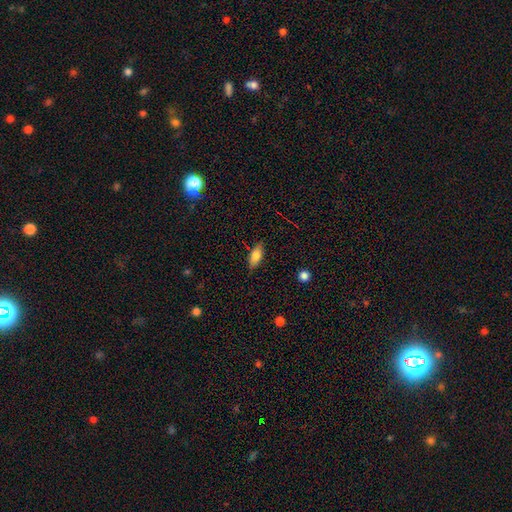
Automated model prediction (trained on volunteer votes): A smooth galaxy with no disk features (77%) that is in between round and cigar-shaped (82%). Merging: none (83%).